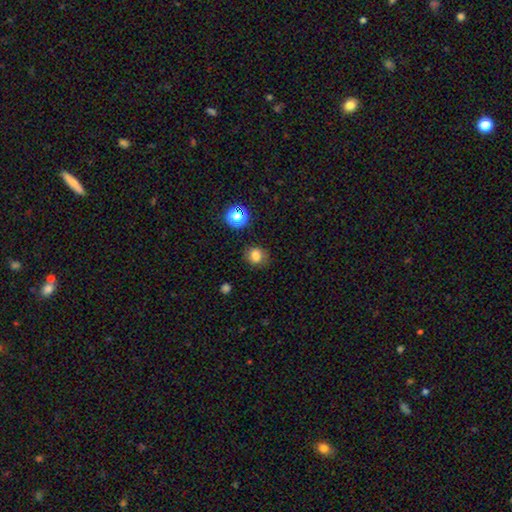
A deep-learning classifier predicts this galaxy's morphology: Overall: smooth (77%). How rounded: round (68%; in between 31%). Merging: none (80%).